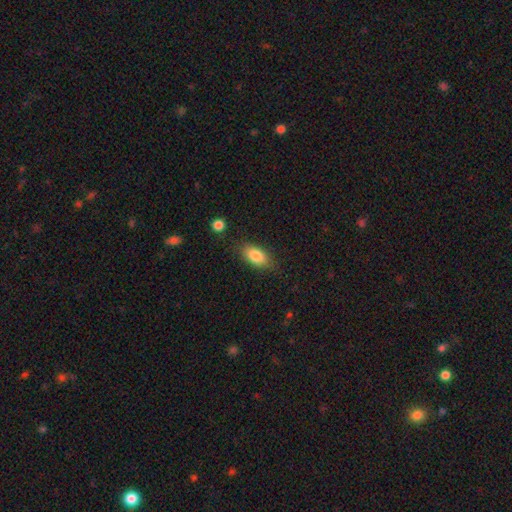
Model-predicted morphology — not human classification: smooth_or_featured: smooth (p=0.83) [alt: featured or disk p=0.10]
how_rounded: in between (p=0.88) [alt: cigar-shaped p=0.07]
merging: none (p=0.81) [alt: minor disturbance p=0.14]